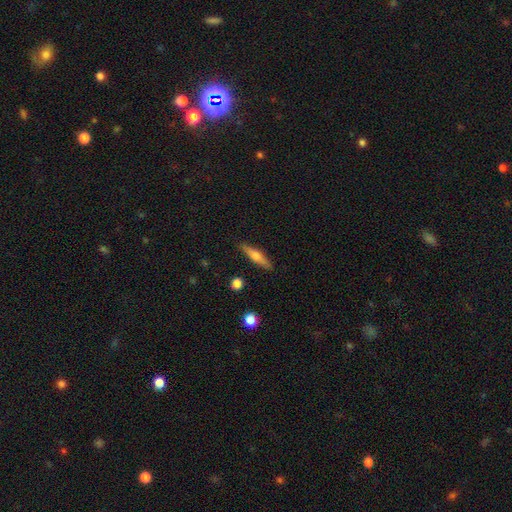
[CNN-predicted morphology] Q: Smooth or featured?
A: smooth (56%); runner-up: featured or disk (37%)
Q: How rounded?
A: cigar-shaped (80%); runner-up: in between (17%)
Q: Merging?
A: none (87%); runner-up: minor disturbance (9%)